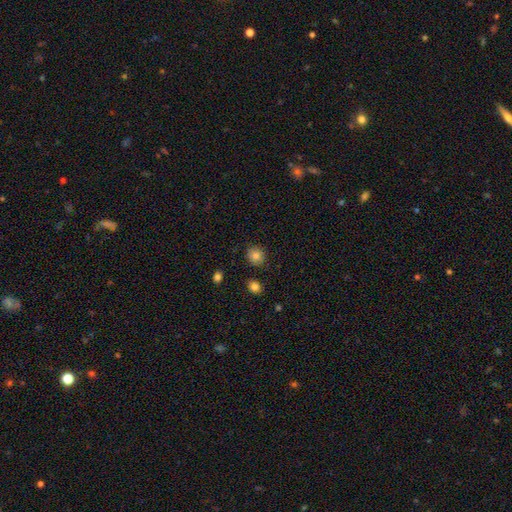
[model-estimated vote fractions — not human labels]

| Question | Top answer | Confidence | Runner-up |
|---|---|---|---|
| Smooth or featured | smooth | 81% | star or artifact (10%) |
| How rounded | round | 80% | in between (19%) |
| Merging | none | 87% | minor disturbance (9%) |